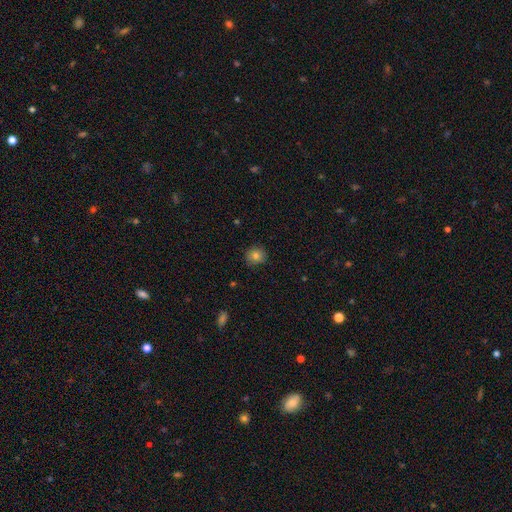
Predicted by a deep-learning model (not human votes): Q: Smooth or featured?
A: smooth (80%); runner-up: star or artifact (12%)
Q: How rounded?
A: round (88%); runner-up: in between (11%)
Q: Merging?
A: none (86%); runner-up: minor disturbance (10%)